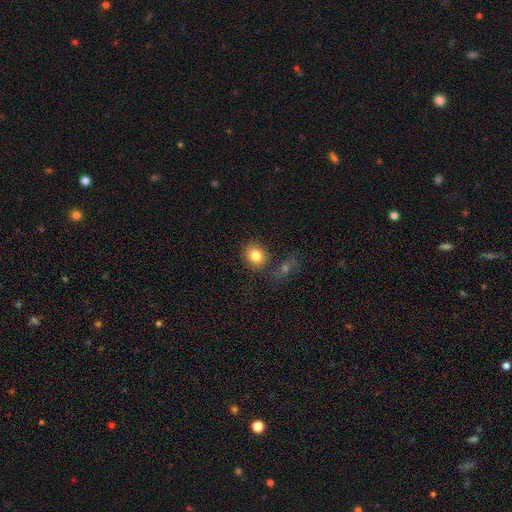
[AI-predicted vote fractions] This appears to be a smooth galaxy with no disk features (83%) that is round (75%). Merging: none (72%).